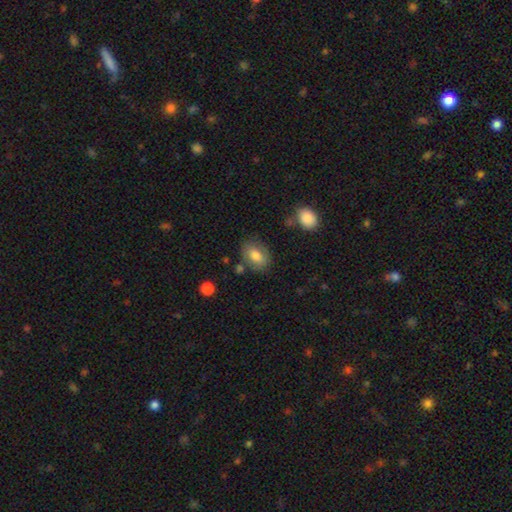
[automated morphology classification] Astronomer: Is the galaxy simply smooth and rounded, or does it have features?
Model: smooth — 73%.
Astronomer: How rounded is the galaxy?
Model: in between — 79%.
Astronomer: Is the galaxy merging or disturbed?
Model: none — 73%.